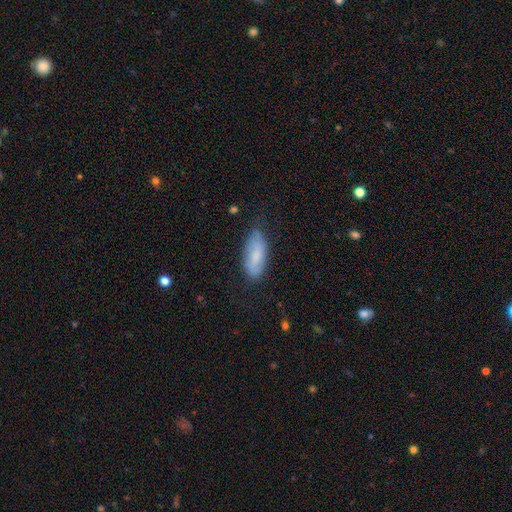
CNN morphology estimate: The model was most divided on "merging": none: 72%, minor disturbance: 22%, major disturbance: 5%, merger: 1%. More confident: how rounded — in between (75%); smooth or featured — smooth (75%).